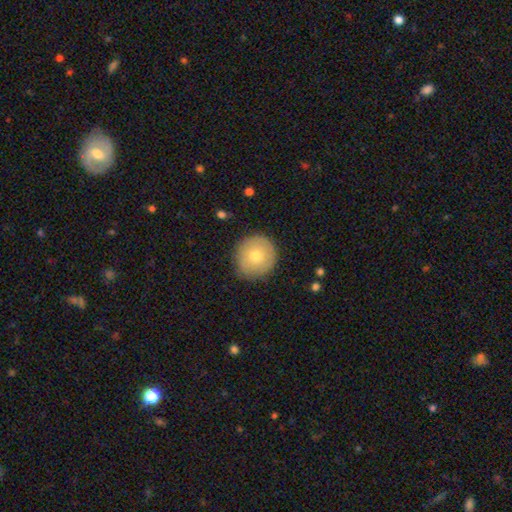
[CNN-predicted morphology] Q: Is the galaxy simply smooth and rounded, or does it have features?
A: smooth — 67%.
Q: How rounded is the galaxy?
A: round — 92%.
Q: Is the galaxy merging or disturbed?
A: none — 86%.